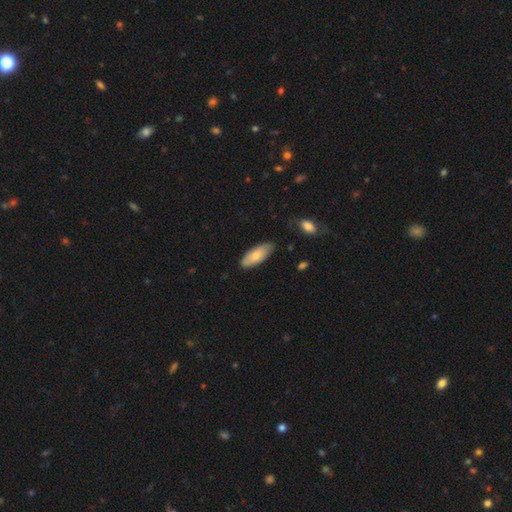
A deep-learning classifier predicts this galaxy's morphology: smooth_or_featured: smooth (p=0.70) [alt: featured or disk p=0.24]
how_rounded: in between (p=0.81) [alt: cigar-shaped p=0.17]
merging: none (p=0.79) [alt: minor disturbance p=0.17]